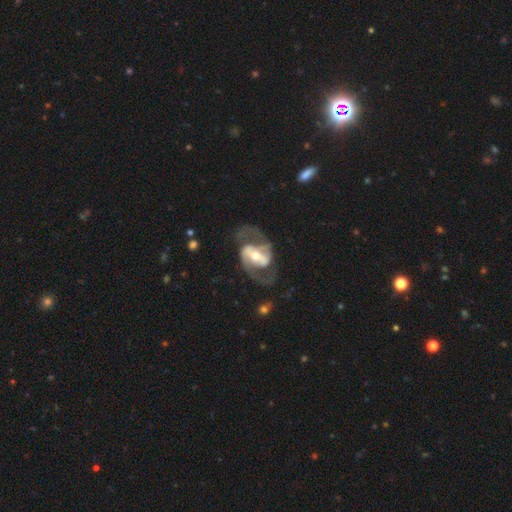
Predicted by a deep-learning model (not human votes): Morphology: type=featured or disk (85%); edge-on=no (96%); bar=strong (49%); spiral arms=yes (84%); winding=medium (53%); arm count=2 (89%); bulge=moderate (60%); merging=none (62%).